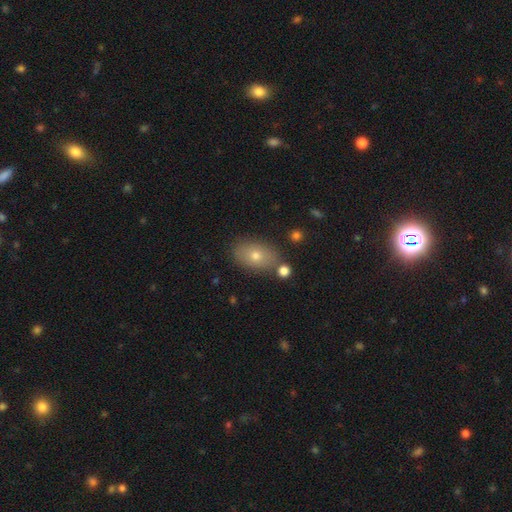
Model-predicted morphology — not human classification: smooth_or_featured: smooth (p=0.72) [alt: featured or disk p=0.18]
how_rounded: in between (p=0.85) [alt: round p=0.13]
merging: none (p=0.78) [alt: minor disturbance p=0.12]